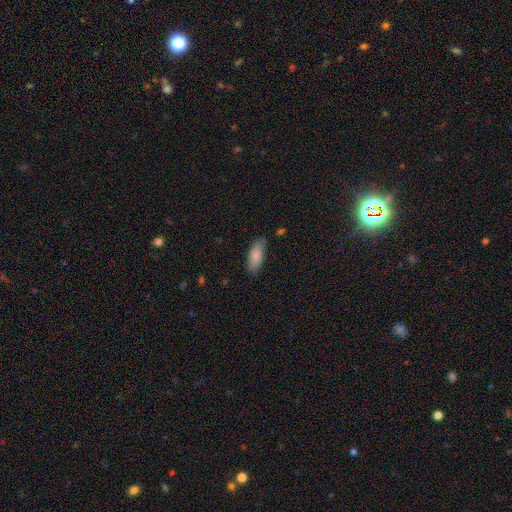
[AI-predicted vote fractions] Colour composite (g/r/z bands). It shows a smooth galaxy with no disk features (84%) that is in between round and cigar-shaped (79%). Merging: none (77%).